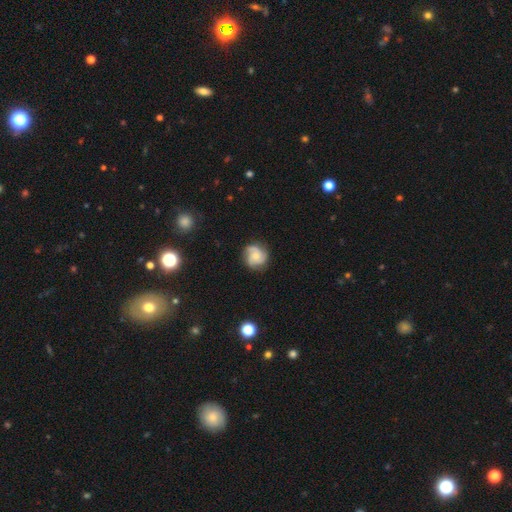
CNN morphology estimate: Q: Smooth or featured?
A: featured or disk (71%); runner-up: smooth (22%)
Q: Edge-on disk?
A: no (98%); runner-up: yes (2%)
Q: Bar?
A: no (73%); runner-up: weak (23%)
Q: Spiral arms?
A: yes (95%); runner-up: no (5%)
Q: Spiral winding?
A: medium (44%); runner-up: tight (42%)
Q: Spiral arm count?
A: 3 (55%); runner-up: 2 (21%)
Q: Bulge size?
A: small (53%); runner-up: moderate (40%)
Q: Merging?
A: none (77%); runner-up: minor disturbance (17%)